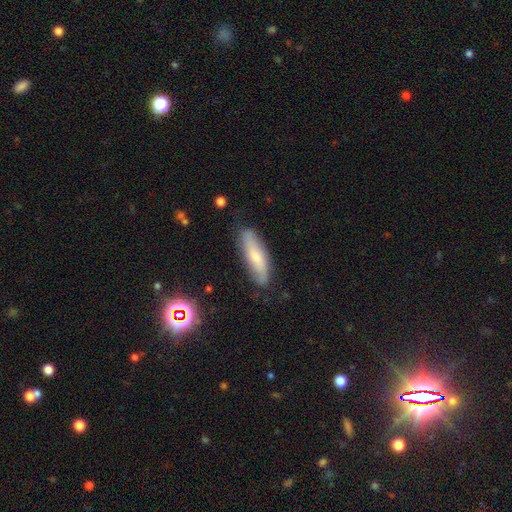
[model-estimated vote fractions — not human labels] smooth 48%, featured or disk 41%, star or artifact 11%. Down the decision tree: merging — none (76%).